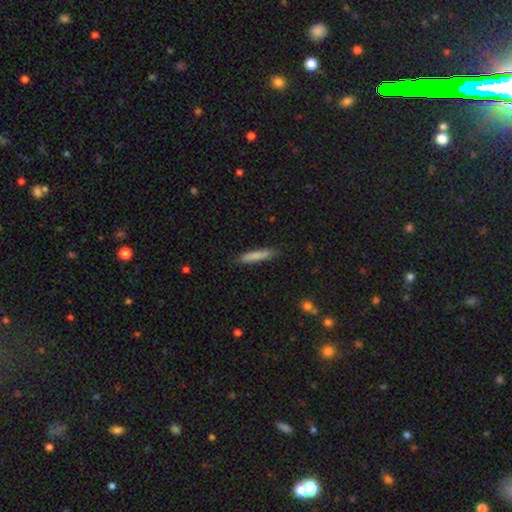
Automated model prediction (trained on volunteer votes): This is clearly a smooth galaxy (81%). How rounded: clearly cigar-shaped (90%). Merging: clearly none (86%).